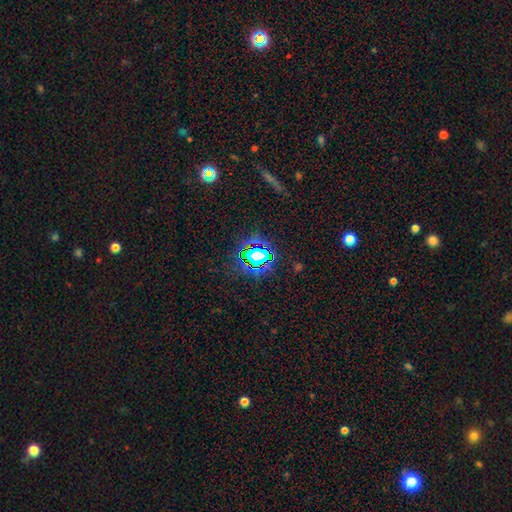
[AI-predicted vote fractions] star or artifact 68%, smooth 21%, featured or disk 12%.